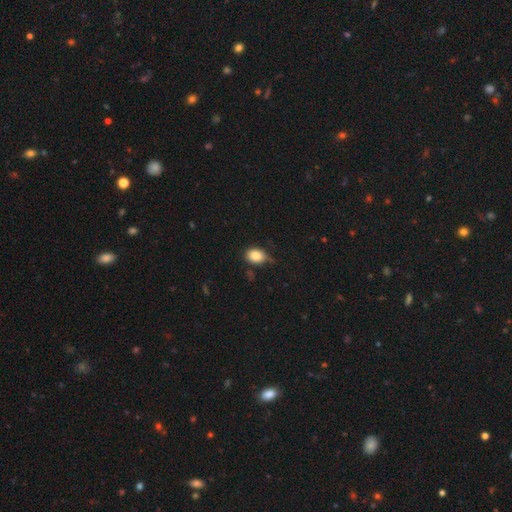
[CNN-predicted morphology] Smooth or featured: smooth — 86% (star or artifact — 9%)
How rounded: in between — 66% (round — 32%)
Merging: none — 65% (minor disturbance — 28%)